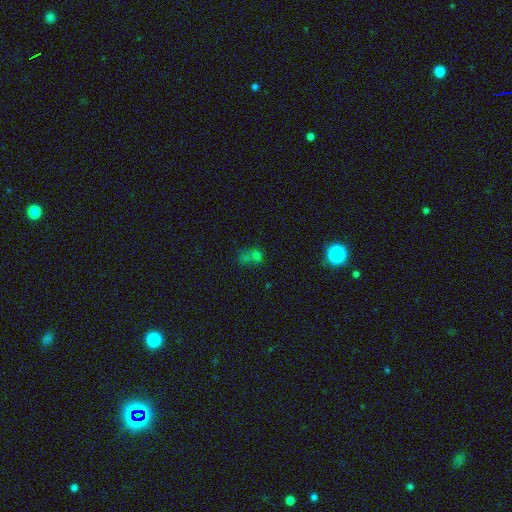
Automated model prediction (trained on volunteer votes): This is possibly a smooth galaxy (53%). How rounded: possibly round (59%). Merging: marginally merger (43%).